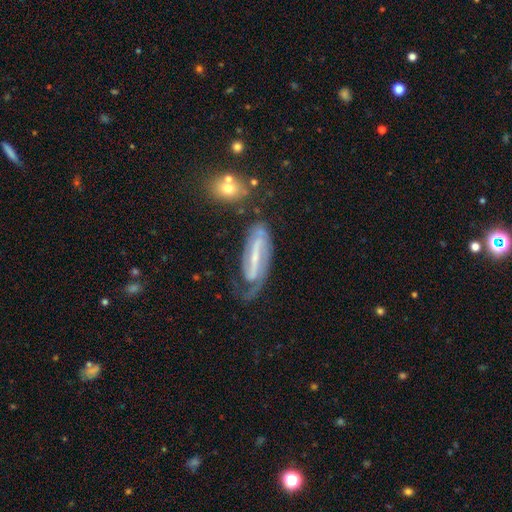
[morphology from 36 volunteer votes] Overall: featured or disk (92%). Edge-on disk: no (82%). Bar: strong (89%). Spiral arms: yes (100%). Spiral arm count: 2 (59%; 1 33%). Spiral winding: tight (56%; medium 37%). Bulge size: small (89%). Merging: none (64%; major disturbance 28%).